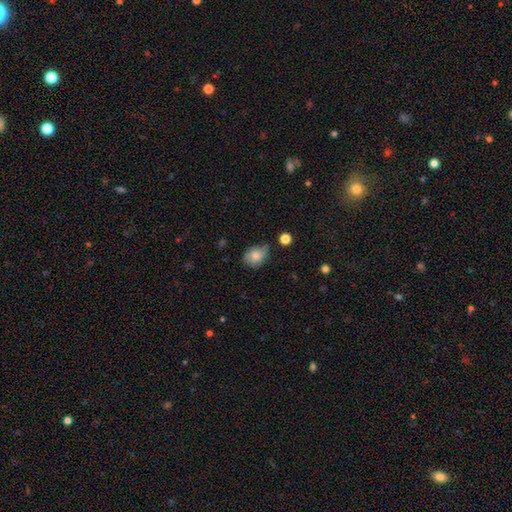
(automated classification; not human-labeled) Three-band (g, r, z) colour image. It shows a smooth galaxy with no disk features (77%) that is in between round and cigar-shaped (64%). Merging: none (52%).